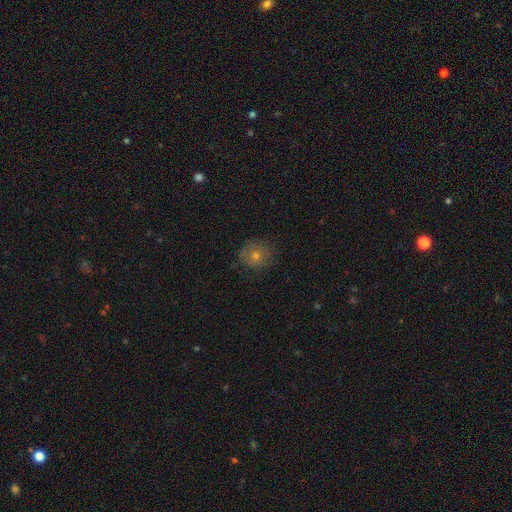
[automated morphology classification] Smooth or featured? smooth (63%)
How rounded? round (87%)
Merging? none (81%)